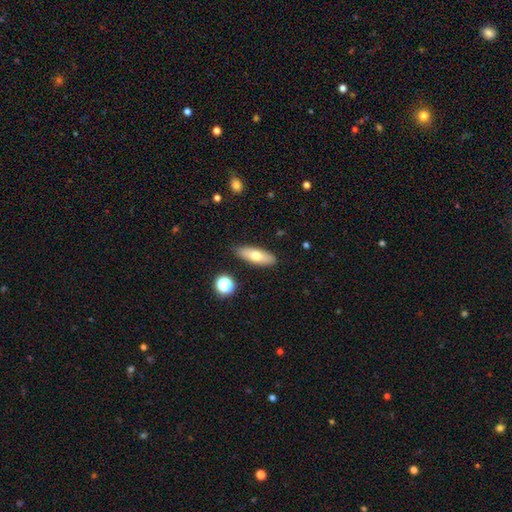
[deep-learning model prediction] Morphology: type=smooth (67%); roundness=in between (60%); merging=none (87%).